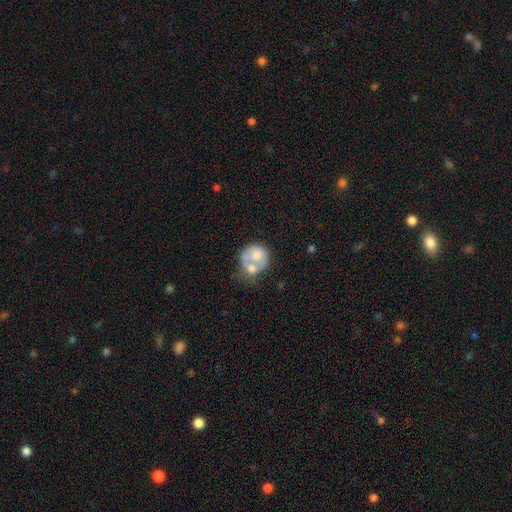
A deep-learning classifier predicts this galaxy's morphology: This appears to be a smooth galaxy with no disk features (53%) that is round (70%). Merging: merger (59%).